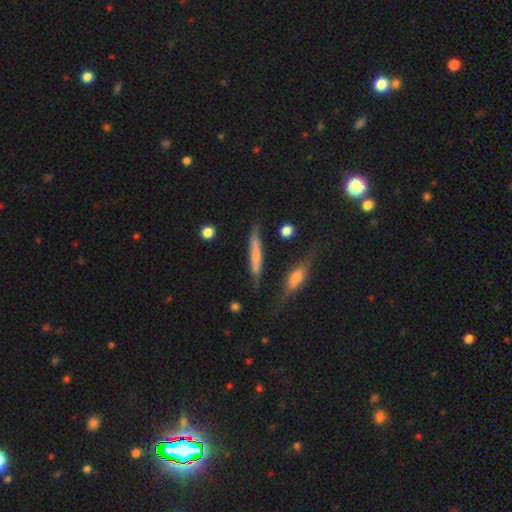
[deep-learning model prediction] This is possibly a smooth galaxy (58%). How rounded: clearly cigar-shaped (89%). Merging: likely none (73%).